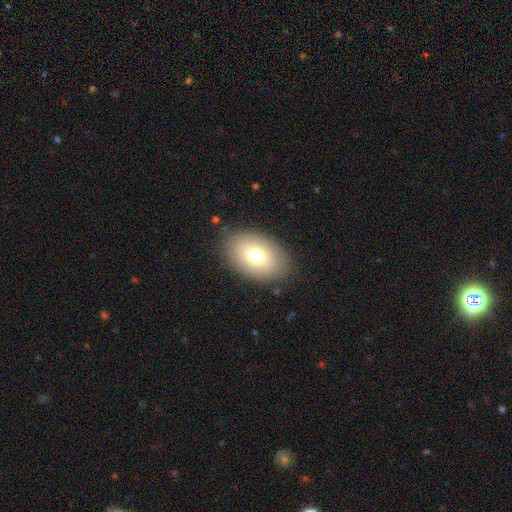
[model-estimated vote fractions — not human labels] smooth 73%, featured or disk 18%, star or artifact 9%. Down the decision tree: how rounded — in between (86%); merging — none (86%).